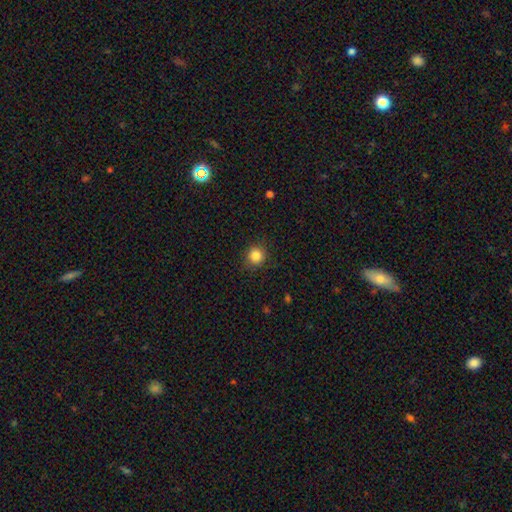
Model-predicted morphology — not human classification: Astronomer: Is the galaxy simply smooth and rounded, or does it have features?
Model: smooth — 84%.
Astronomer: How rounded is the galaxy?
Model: round — 90%.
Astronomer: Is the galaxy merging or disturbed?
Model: none — 88%.